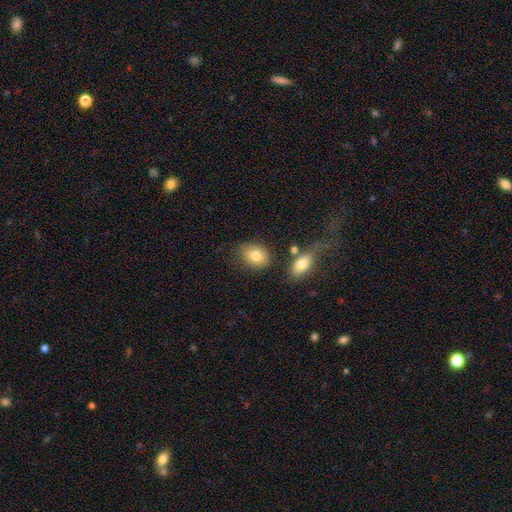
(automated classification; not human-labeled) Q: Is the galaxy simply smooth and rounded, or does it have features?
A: smooth — 80%.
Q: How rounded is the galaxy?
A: in between — 56%.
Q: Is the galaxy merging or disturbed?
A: none — 73%.